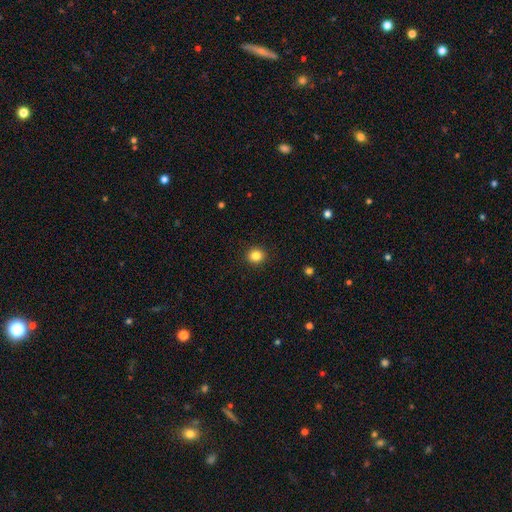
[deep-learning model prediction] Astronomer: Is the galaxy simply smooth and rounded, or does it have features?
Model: smooth — 84%.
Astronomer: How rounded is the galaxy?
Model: round — 89%.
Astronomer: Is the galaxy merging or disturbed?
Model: none — 92%.